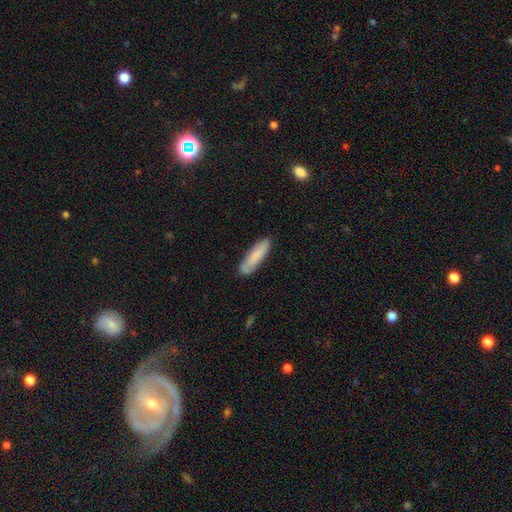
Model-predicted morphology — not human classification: Smooth or featured? smooth (80%)
How rounded? cigar-shaped (73%)
Merging? none (81%)